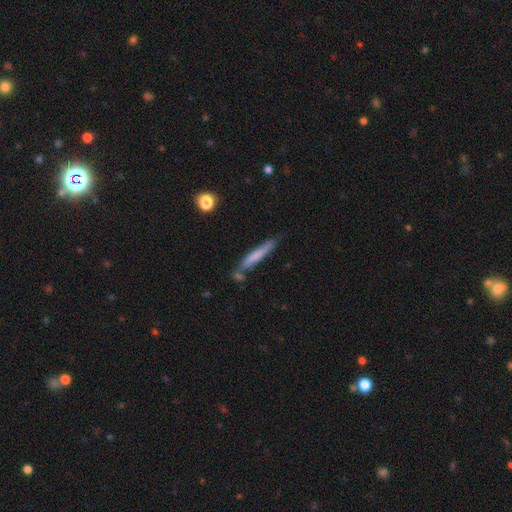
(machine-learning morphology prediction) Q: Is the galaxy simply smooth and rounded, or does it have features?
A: smooth — 64%.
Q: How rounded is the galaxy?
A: cigar-shaped — 94%.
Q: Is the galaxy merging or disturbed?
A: none — 71%.